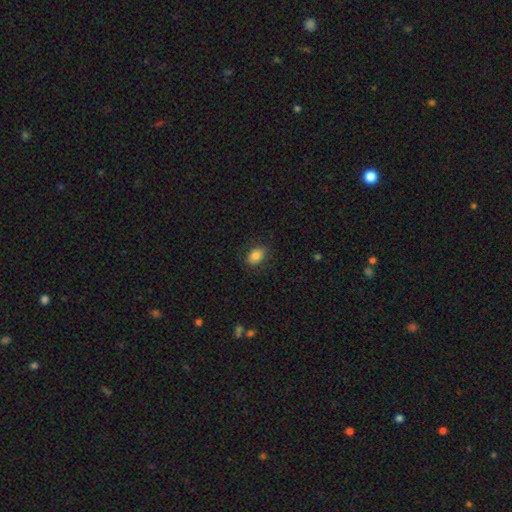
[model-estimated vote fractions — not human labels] smooth_or_featured: smooth (p=0.82) [alt: featured or disk p=0.09]
how_rounded: in between (p=0.84) [alt: round p=0.14]
merging: none (p=0.85) [alt: minor disturbance p=0.12]